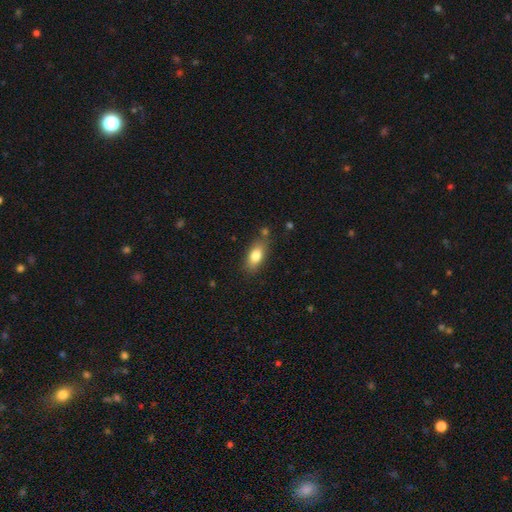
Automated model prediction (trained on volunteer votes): Smooth or featured?
  - smooth: 80% *
  - featured or disk: 12%
  - star or artifact: 7%
How rounded?
  - in between: 84% *
  - cigar-shaped: 10%
  - round: 5%
Merging?
  - none: 75% *
  - minor disturbance: 16%
  - merger: 5%
  - major disturbance: 4%